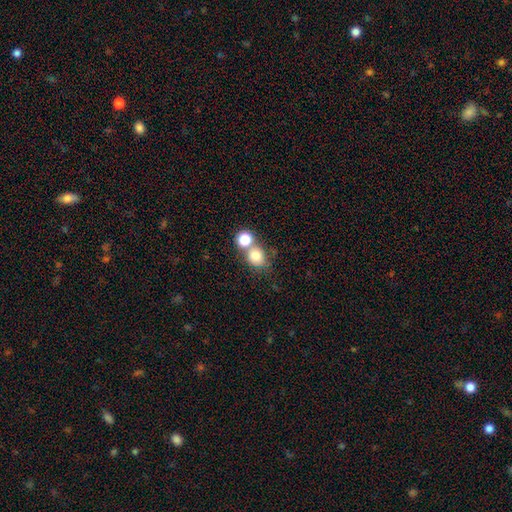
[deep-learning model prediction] Smooth or featured?
  - smooth: 77% *
  - star or artifact: 12%
  - featured or disk: 10%
How rounded?
  - round: 77% *
  - in between: 22%
  - cigar-shaped: 1%
Merging?
  - none: 46% *
  - merger: 43%
  - minor disturbance: 8%
  - major disturbance: 3%